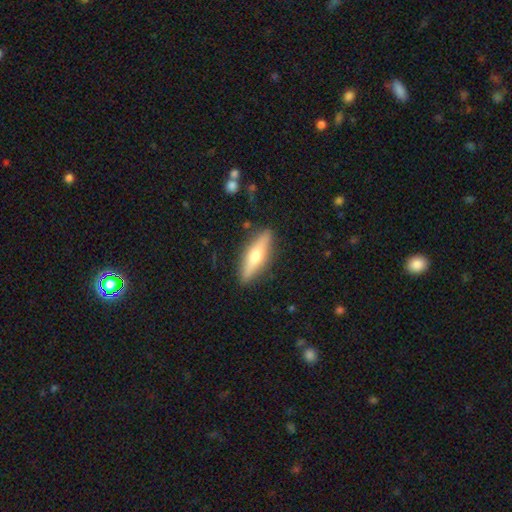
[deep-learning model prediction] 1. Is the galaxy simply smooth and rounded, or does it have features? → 49% featured or disk, 45% smooth, 6% star or artifact.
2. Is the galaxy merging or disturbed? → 88% none, 9% minor disturbance, 2% major disturbance, 1% merger.